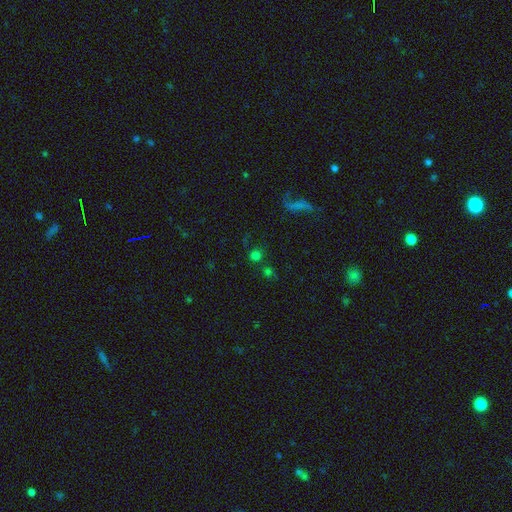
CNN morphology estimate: smooth-or-featured: smooth: 65% | star or artifact: 27% | featured or disk: 9%
  how-rounded: round: 89% | in between: 10% | cigar-shaped: 1%
  merging: none: 67% | merger: 15% | minor disturbance: 10% | major disturbance: 7%